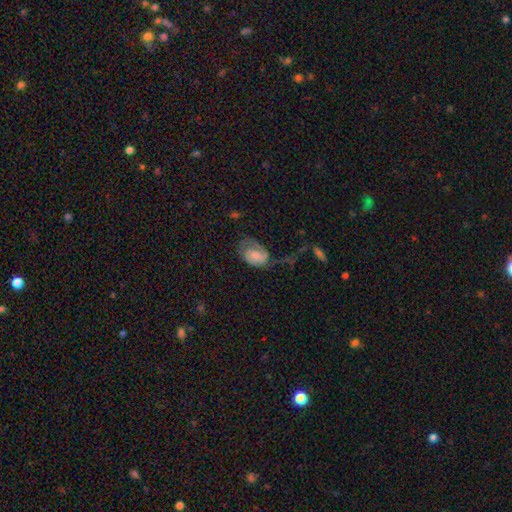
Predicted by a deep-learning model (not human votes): Smooth or featured? featured or disk (57%)
Edge-on disk? no (97%)
Bar? no (64%)
Spiral arms? yes (83%)
Bulge size? moderate (35%)
Merging? major disturbance (42%)